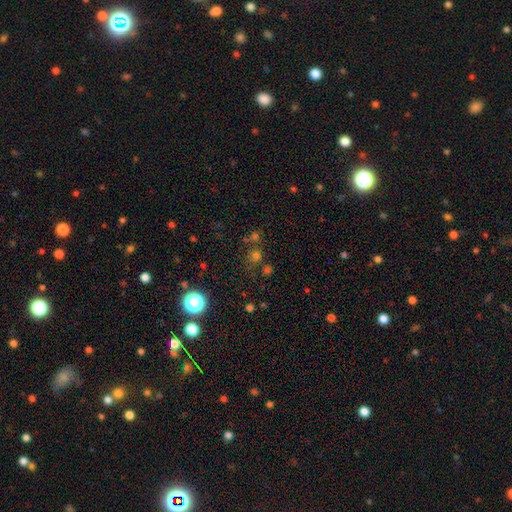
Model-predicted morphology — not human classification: Smooth or featured?
  - smooth: 51% *
  - star or artifact: 41%
  - featured or disk: 9%
How rounded?
  - round: 87% *
  - in between: 12%
  - cigar-shaped: 1%
Merging?
  - none: 67% *
  - merger: 17%
  - minor disturbance: 10%
  - major disturbance: 5%